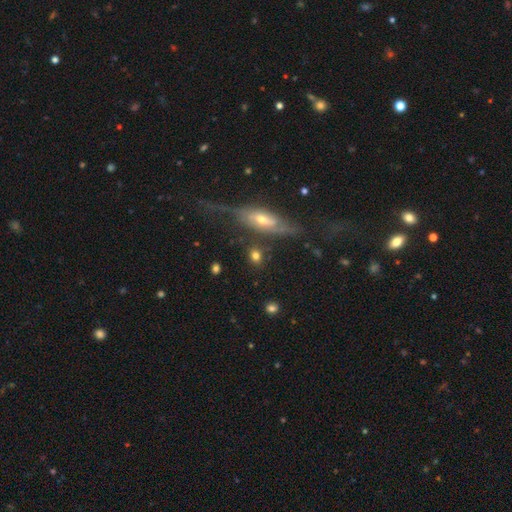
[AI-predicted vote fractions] A smooth galaxy with no disk features (73%) that is round (60%). Merging: none (74%).